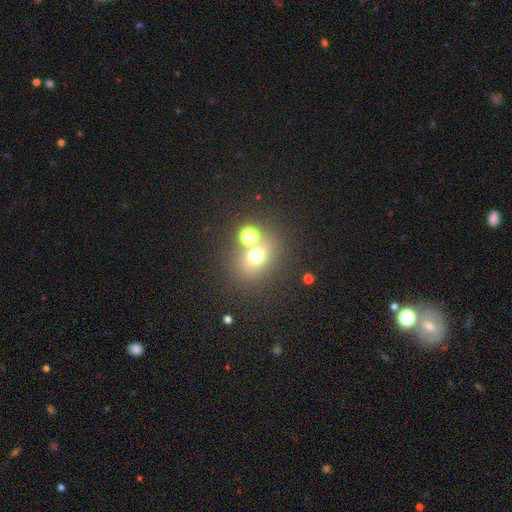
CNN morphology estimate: This appears to be a smooth galaxy with no disk features (63%) that is round (66%). Merging: none (63%).